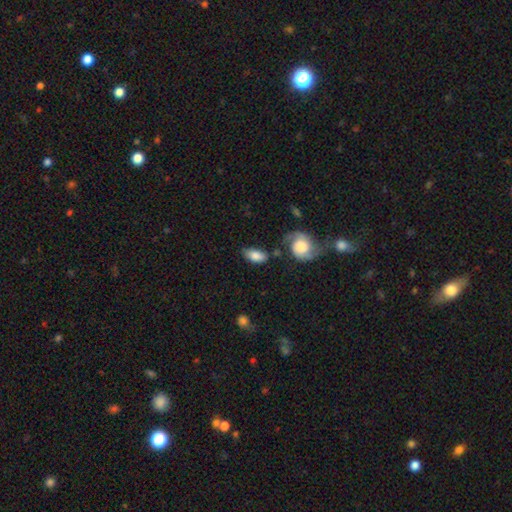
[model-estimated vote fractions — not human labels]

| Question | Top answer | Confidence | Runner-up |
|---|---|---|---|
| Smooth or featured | smooth | 76% | featured or disk (18%) |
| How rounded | in between | 91% | round (6%) |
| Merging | none | 57% | minor disturbance (20%) |